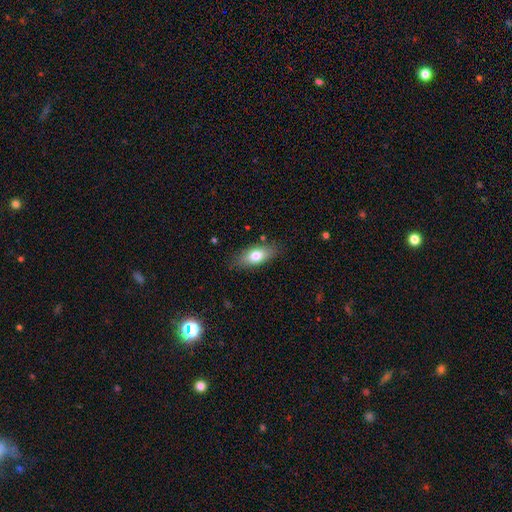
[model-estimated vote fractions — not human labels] A smooth galaxy with no disk features (74%) that is in between round and cigar-shaped (82%).

Vote fractions:
- Smooth or featured? smooth: 74% / featured or disk: 19% / star or artifact: 7%
- How rounded? in between: 82% / cigar-shaped: 14% / round: 4%
- Merging? none: 82% / minor disturbance: 13% / major disturbance: 3% / merger: 1%